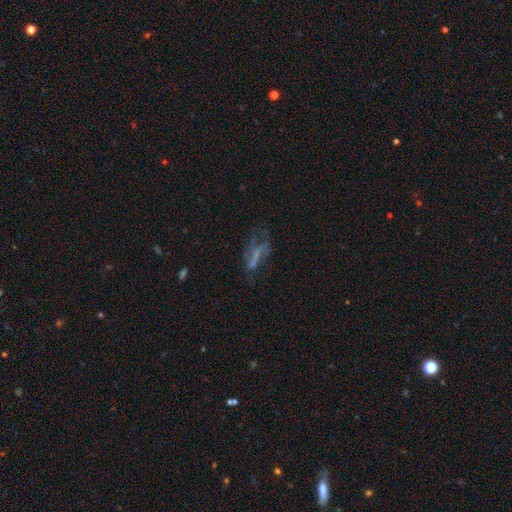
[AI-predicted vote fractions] Smooth or featured?
  - featured or disk: 50% *
  - smooth: 30%
  - star or artifact: 20%
Merging?
  - none: 38% *
  - major disturbance: 36%
  - minor disturbance: 20%
  - merger: 7%